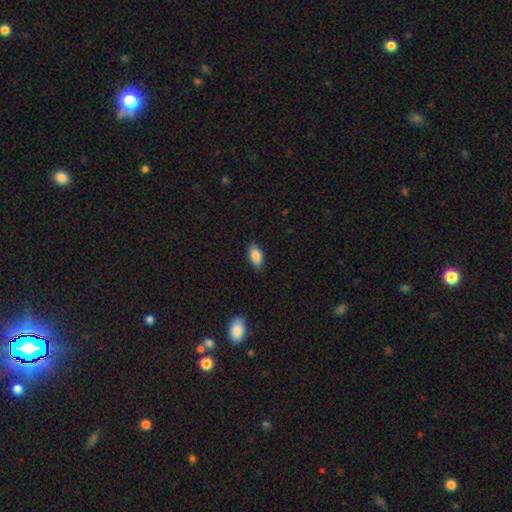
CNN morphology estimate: Smooth or featured? Predicted: smooth (p=0.86). How rounded? Predicted: in between (p=0.89). Merging? Predicted: none (p=0.85).